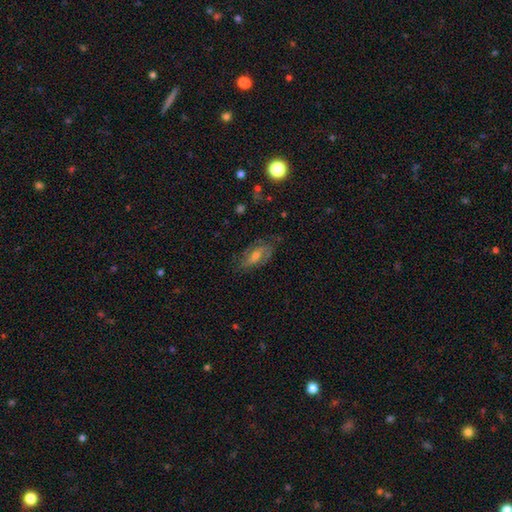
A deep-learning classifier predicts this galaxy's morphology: Smooth or featured? featured or disk (60%)
Edge-on disk? no (88%)
Bar? weak (45%)
Spiral arms? yes (81%)
Bulge size? moderate (53%)
Merging? none (74%)